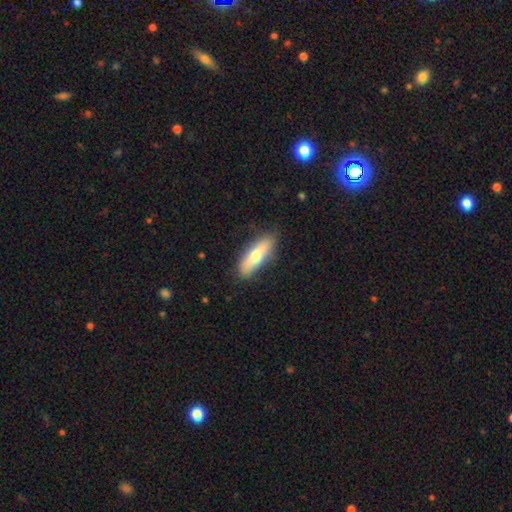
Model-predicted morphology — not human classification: Q: Smooth or featured?
A: smooth (63%); runner-up: featured or disk (31%)
Q: How rounded?
A: in between (52%); runner-up: cigar-shaped (45%)
Q: Merging?
A: none (83%); runner-up: minor disturbance (13%)